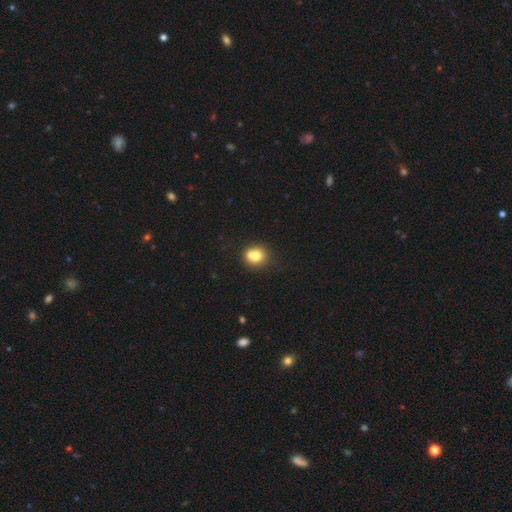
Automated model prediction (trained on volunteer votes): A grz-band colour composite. It shows a smooth galaxy with no disk features (73%) that is round (72%). Merging: none (49%).